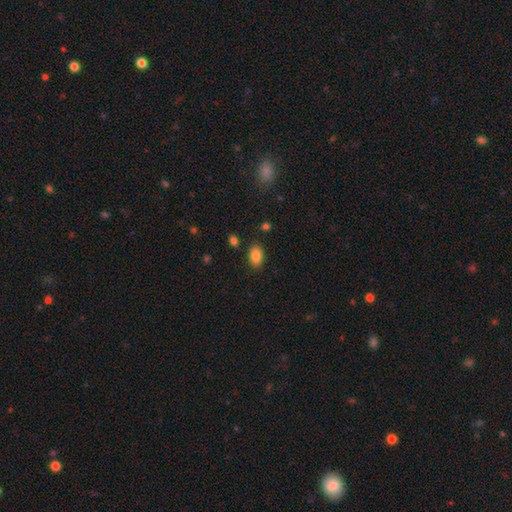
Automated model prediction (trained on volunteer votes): Smooth or featured: smooth — 86% (star or artifact — 9%)
How rounded: in between — 86% (round — 12%)
Merging: none — 83% (minor disturbance — 12%)